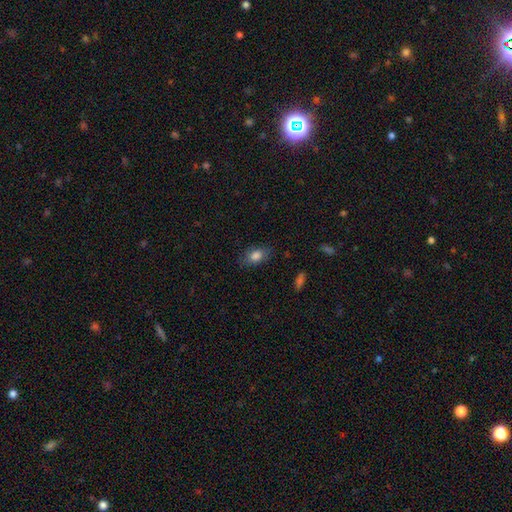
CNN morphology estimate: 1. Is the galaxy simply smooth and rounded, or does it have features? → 81% smooth, 10% featured or disk, 9% star or artifact.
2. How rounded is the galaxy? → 85% in between, 12% round, 3% cigar-shaped.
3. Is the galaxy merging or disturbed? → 76% none, 17% minor disturbance, 5% major disturbance, 1% merger.